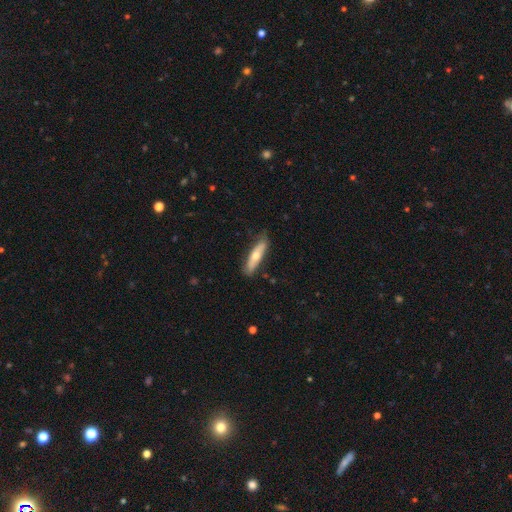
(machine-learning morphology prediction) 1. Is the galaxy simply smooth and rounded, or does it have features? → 57% smooth, 37% featured or disk, 5% star or artifact.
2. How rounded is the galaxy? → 73% cigar-shaped, 25% in between, 2% round.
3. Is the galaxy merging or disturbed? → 81% none, 15% minor disturbance, 3% major disturbance, 1% merger.